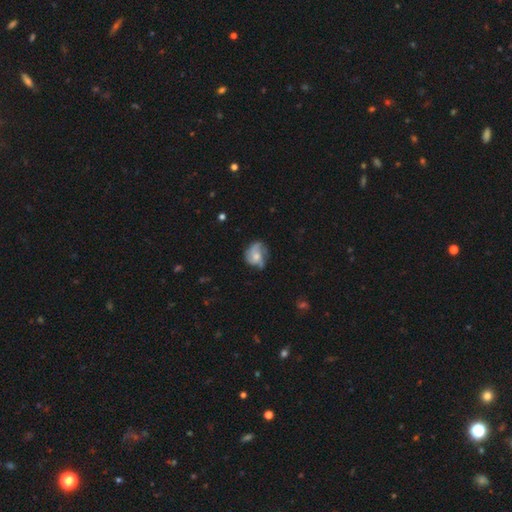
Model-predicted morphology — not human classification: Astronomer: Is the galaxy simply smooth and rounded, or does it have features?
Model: featured or disk — 55% (runner-up: smooth, 37%).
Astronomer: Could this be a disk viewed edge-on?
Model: no — 97%.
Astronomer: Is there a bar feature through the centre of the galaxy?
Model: no — 74%.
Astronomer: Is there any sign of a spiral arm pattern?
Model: yes — 79%.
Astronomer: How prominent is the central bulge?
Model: moderate — 50% (runner-up: small, 36%).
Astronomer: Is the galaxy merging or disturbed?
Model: none — 53%.